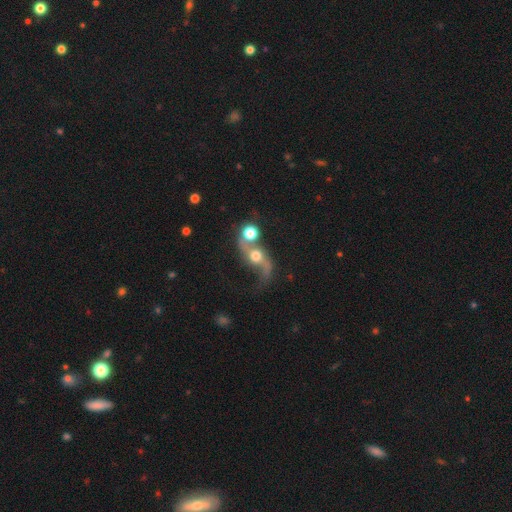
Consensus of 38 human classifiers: Smooth or featured? featured or disk (79%)
Edge-on disk? no (100%)
Bar? no (60%)
Spiral arms? yes (100%)
Spiral winding? loose (90%)
Spiral arm count? 2 (87%)
Bulge size? moderate (53%)
Merging? none (54%)